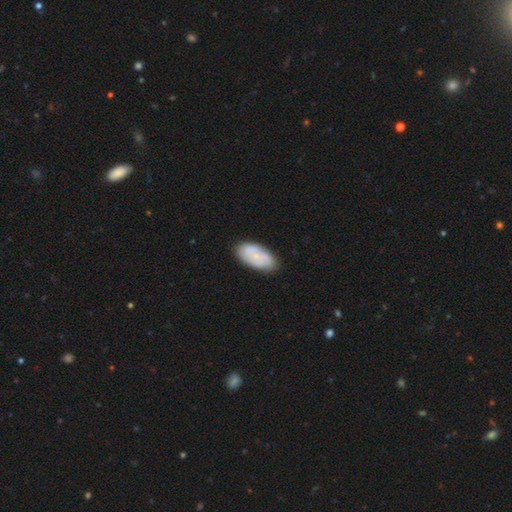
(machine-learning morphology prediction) smooth-or-featured: smooth: 53% | featured or disk: 41% | star or artifact: 7%
  how-rounded: in between: 92% | cigar-shaped: 5% | round: 3%
  merging: none: 80% | minor disturbance: 15% | major disturbance: 3% | merger: 2%